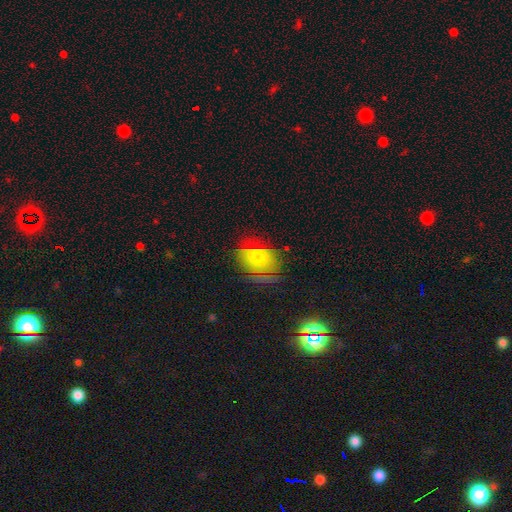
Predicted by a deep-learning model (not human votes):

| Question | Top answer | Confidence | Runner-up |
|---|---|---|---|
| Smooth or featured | smooth | 50% | featured or disk (31%) |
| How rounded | in between | 59% | round (39%) |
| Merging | none | 58% | minor disturbance (25%) |